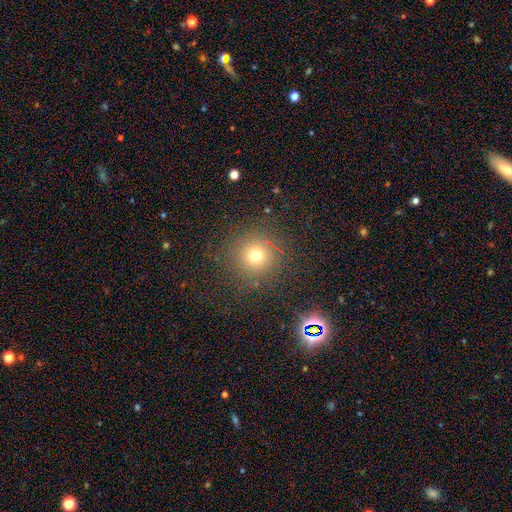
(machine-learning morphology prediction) type=smooth (71%); roundness=round (94%); merging=none (86%).